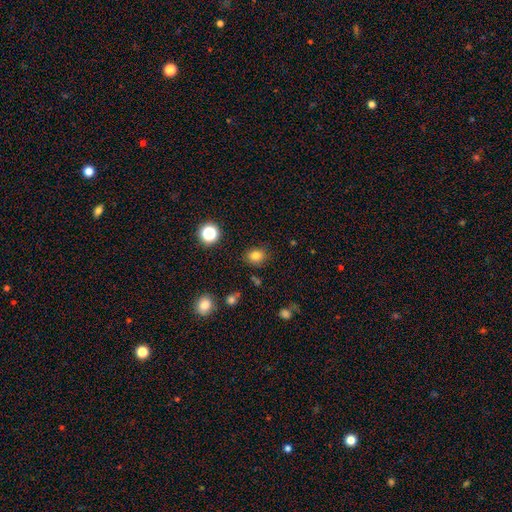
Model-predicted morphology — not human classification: smooth 80%, star or artifact 14%, featured or disk 6%. Down the decision tree: how rounded — round (60%); merging — none (83%).